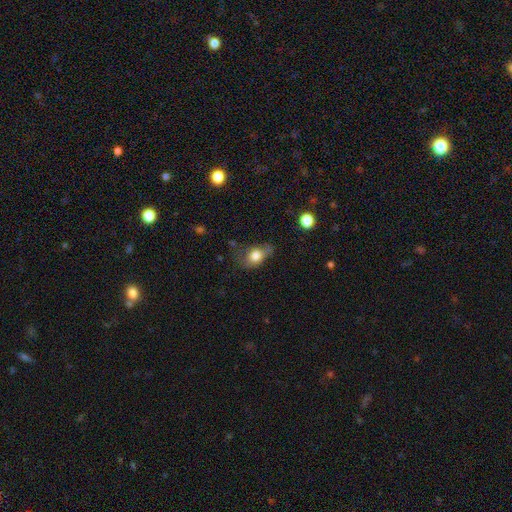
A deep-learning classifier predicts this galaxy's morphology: smooth 74%, featured or disk 17%, star or artifact 9%. Down the decision tree: how rounded — in between (65%); merging — none (38%).